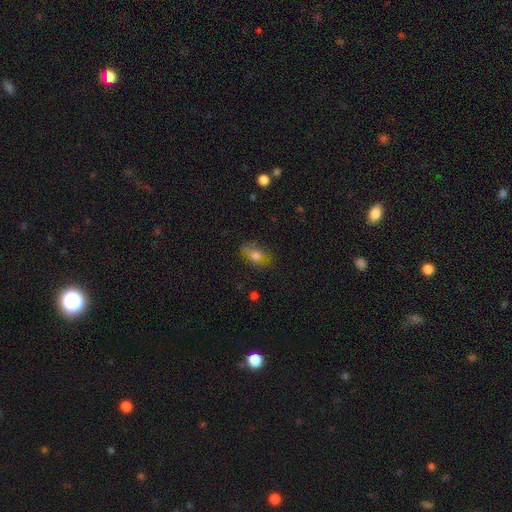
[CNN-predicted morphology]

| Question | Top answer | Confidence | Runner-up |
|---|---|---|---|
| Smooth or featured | smooth | 66% | featured or disk (19%) |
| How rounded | in between | 68% | round (30%) |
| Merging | none | 62% | minor disturbance (25%) |